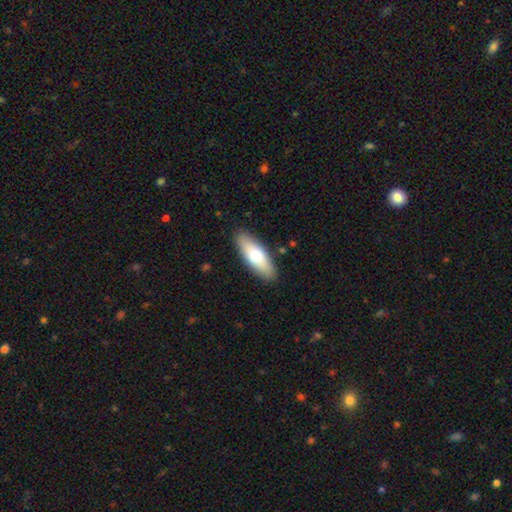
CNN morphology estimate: smooth 66%, featured or disk 28%, star or artifact 6%. Down the decision tree: how rounded — in between (66%); merging — none (88%).